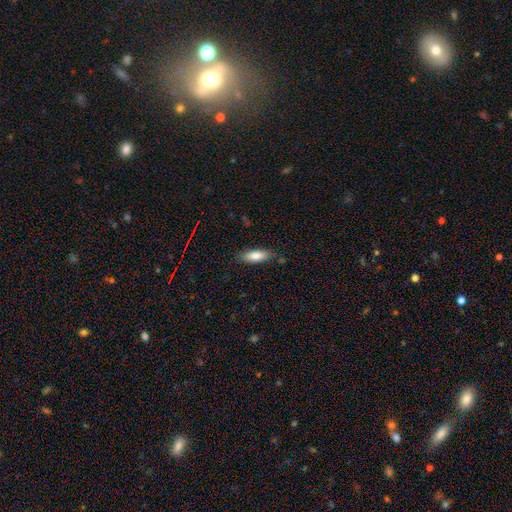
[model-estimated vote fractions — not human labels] smooth_or_featured: smooth (p=0.81) [alt: featured or disk p=0.13]
how_rounded: in between (p=0.65) [alt: cigar-shaped p=0.33]
merging: none (p=0.81) [alt: minor disturbance p=0.14]